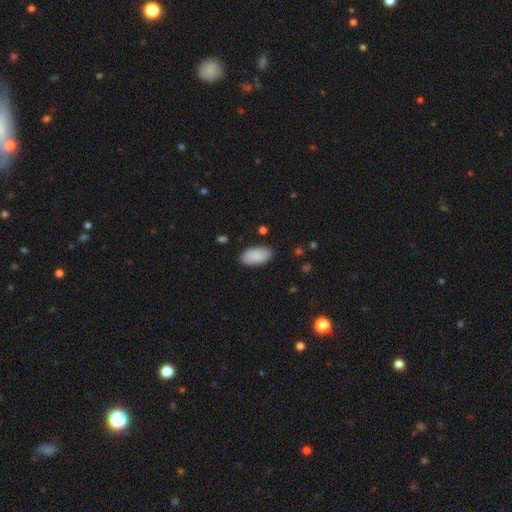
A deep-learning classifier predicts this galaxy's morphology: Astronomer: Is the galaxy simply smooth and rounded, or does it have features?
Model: smooth — 88%.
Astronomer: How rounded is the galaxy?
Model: in between — 95%.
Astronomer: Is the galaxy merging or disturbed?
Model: none — 87%.